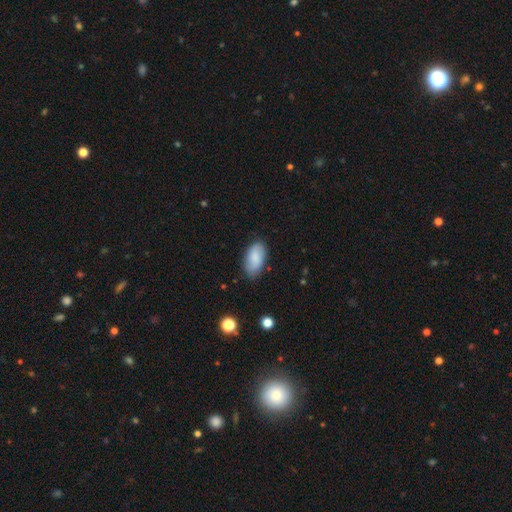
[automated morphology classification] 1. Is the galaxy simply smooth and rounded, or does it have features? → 84% smooth, 10% featured or disk, 6% star or artifact.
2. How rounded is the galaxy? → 95% in between, 3% cigar-shaped, 3% round.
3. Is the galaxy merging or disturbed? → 79% none, 17% minor disturbance, 3% major disturbance, 1% merger.